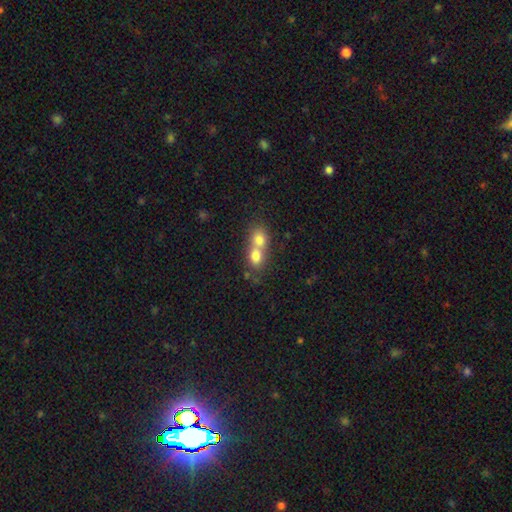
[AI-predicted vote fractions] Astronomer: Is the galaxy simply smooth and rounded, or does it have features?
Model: smooth — 74%.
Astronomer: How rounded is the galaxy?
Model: round — 51% (runner-up: in between, 47%).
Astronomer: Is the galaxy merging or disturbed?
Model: merger — 74%.